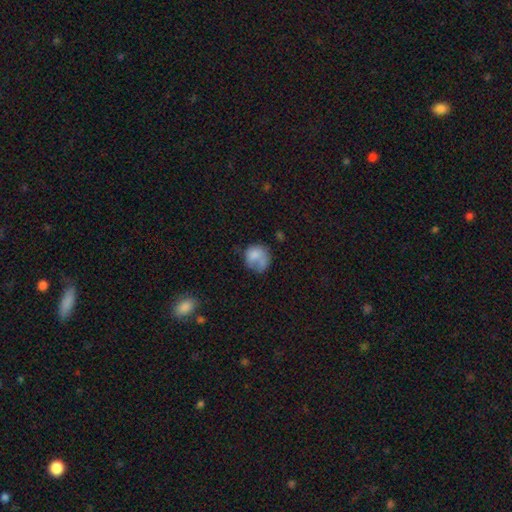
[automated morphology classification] Smooth or featured: smooth — 70% (featured or disk — 21%)
How rounded: round — 67% (in between — 32%)
Merging: none — 38% (major disturbance — 25%)